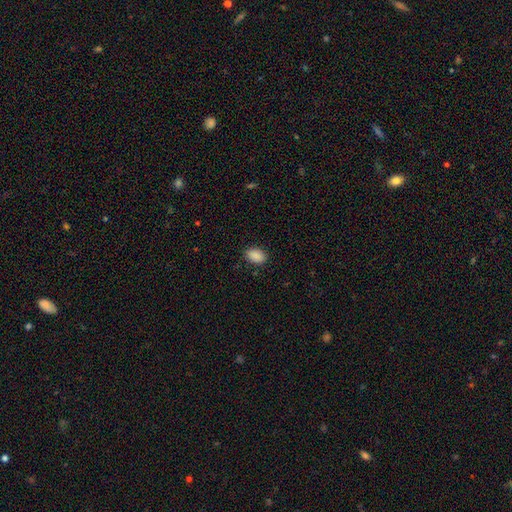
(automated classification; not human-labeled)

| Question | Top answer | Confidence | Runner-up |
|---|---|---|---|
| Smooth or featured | smooth | 89% | star or artifact (8%) |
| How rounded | in between | 88% | round (11%) |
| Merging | none | 86% | minor disturbance (10%) |